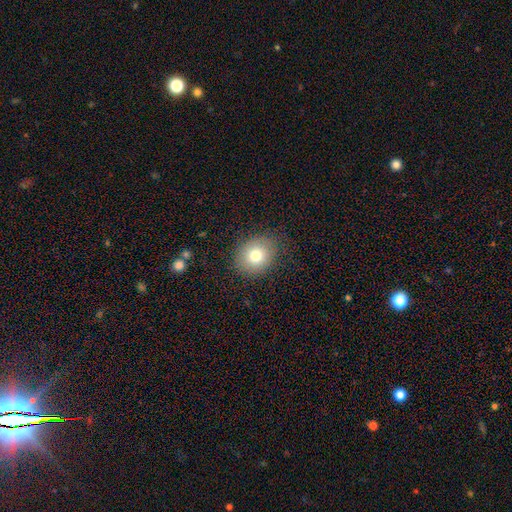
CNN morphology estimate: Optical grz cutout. It shows a smooth galaxy with no disk features (77%) that is round (62%). Merging: none (83%).